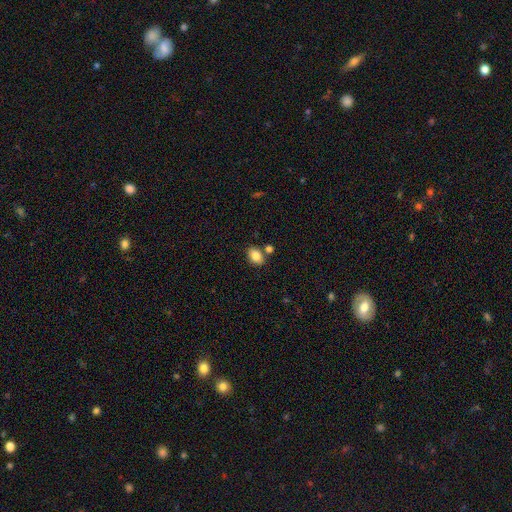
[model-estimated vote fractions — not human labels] smooth_or_featured: smooth (p=0.84) [alt: star or artifact p=0.09]
how_rounded: in between (p=0.81) [alt: round p=0.18]
merging: none (p=0.72) [alt: merger p=0.13]